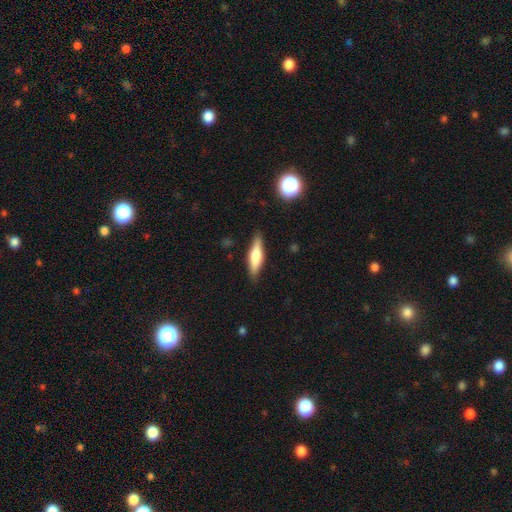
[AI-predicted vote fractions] Smooth or featured: smooth — 58% (featured or disk — 36%)
How rounded: cigar-shaped — 65% (in between — 33%)
Merging: none — 86% (minor disturbance — 11%)